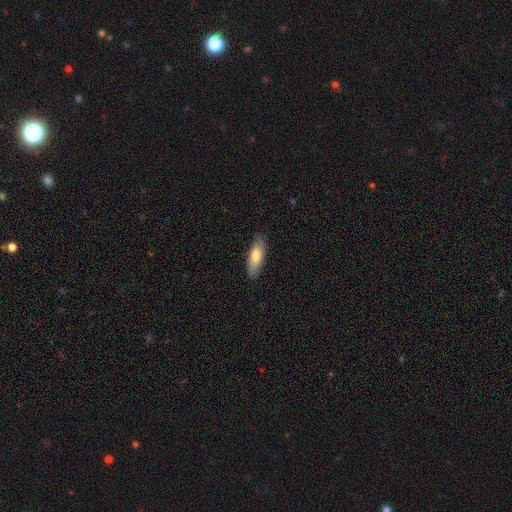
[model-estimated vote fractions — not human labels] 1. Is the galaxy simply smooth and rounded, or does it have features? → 76% smooth, 18% featured or disk, 6% star or artifact.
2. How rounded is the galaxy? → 55% in between, 44% cigar-shaped, 2% round.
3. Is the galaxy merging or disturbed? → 86% none, 11% minor disturbance, 2% major disturbance, 1% merger.